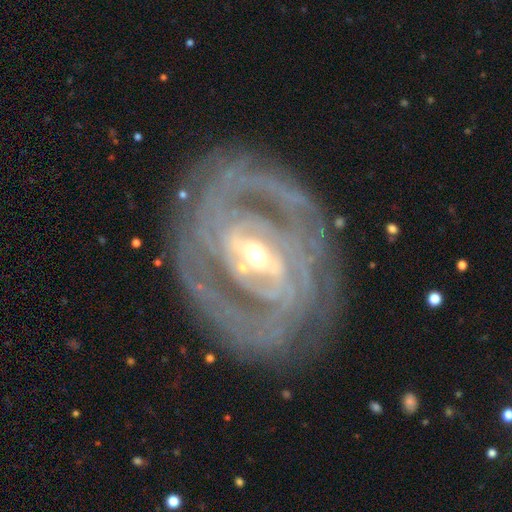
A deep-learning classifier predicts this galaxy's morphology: Smooth or featured?
  - featured or disk: 92% *
  - star or artifact: 5%
  - smooth: 4%
Edge-on disk?
  - no: 96% *
  - yes: 4%
Bar?
  - strong: 55% *
  - weak: 31%
  - no: 15%
Spiral arms?
  - yes: 97% *
  - no: 3%
Spiral winding?
  - tight: 66% *
  - medium: 26%
  - loose: 8%
Spiral arm count?
  - 2: 30% *
  - can't tell: 21%
  - 3: 17%
  - 4: 12%
  - more than 4: 11%
  - 1: 9%
Bulge size?
  - small: 50% *
  - moderate: 44%
  - large: 4%
  - dominant: 1%
  - none: 1%
Merging?
  - none: 71% *
  - minor disturbance: 16%
  - major disturbance: 11%
  - merger: 2%